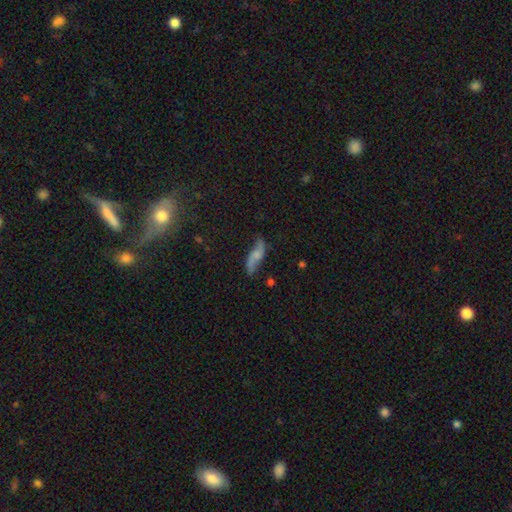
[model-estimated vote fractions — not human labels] Q: Smooth or featured?
A: featured or disk (53%); runner-up: smooth (39%)
Q: Edge-on disk?
A: no (80%); runner-up: yes (20%)
Q: Merging?
A: none (67%); runner-up: minor disturbance (23%)